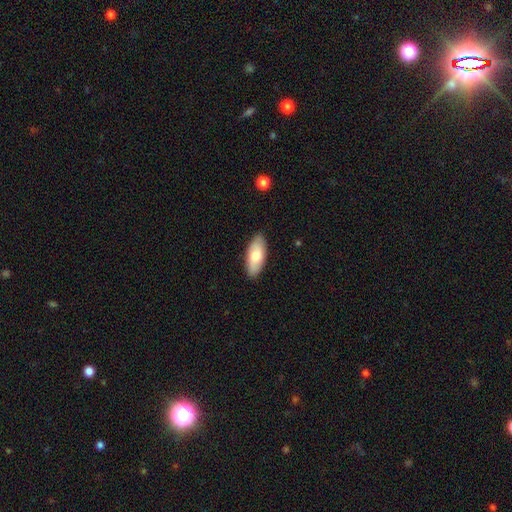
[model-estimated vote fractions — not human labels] smooth 75%, featured or disk 19%, star or artifact 6%. Down the decision tree: how rounded — in between (86%); merging — none (88%).